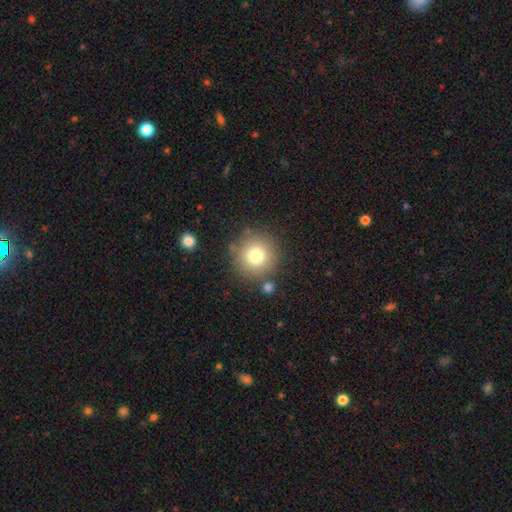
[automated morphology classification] Q: Smooth or featured?
A: smooth (77%); runner-up: star or artifact (12%)
Q: How rounded?
A: round (95%); runner-up: in between (4%)
Q: Merging?
A: none (81%); runner-up: minor disturbance (9%)